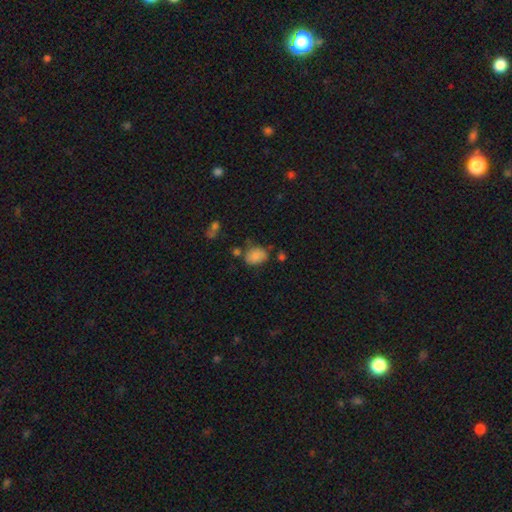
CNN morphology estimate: smooth-or-featured: smooth: 81% | star or artifact: 10% | featured or disk: 9%
  how-rounded: in between: 64% | round: 35% | cigar-shaped: 1%
  merging: none: 58% | minor disturbance: 25% | merger: 10% | major disturbance: 7%